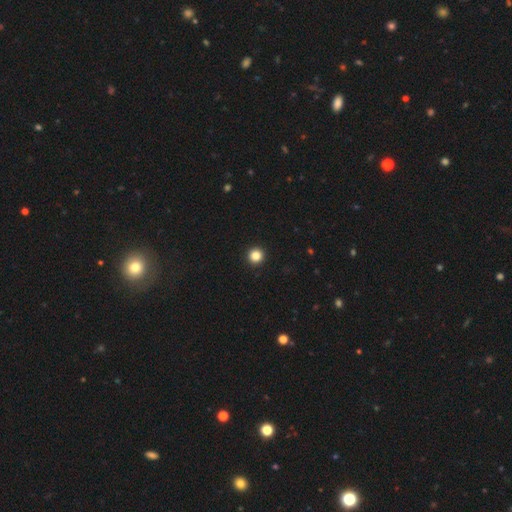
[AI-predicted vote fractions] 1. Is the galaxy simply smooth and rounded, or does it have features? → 85% smooth, 11% star or artifact, 4% featured or disk.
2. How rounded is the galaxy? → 96% round, 3% in between, 1% cigar-shaped.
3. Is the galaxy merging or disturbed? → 94% none, 3% minor disturbance, 1% major disturbance, 1% merger.